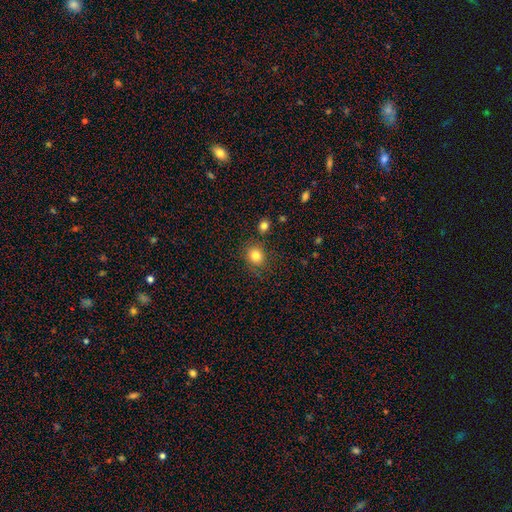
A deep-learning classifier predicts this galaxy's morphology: Smooth or featured? Predicted: smooth (p=0.82). How rounded? Predicted: round (p=0.76). Merging? Predicted: none (p=0.81).